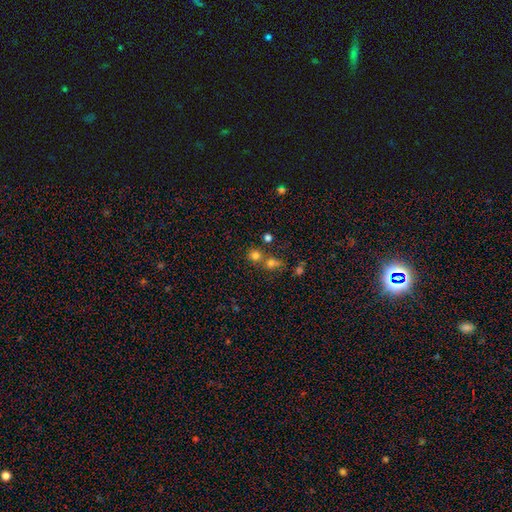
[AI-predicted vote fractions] The model was most divided on "merging": none: 53%, merger: 36%, minor disturbance: 7%, major disturbance: 4%. More confident: how rounded — round (86%); smooth or featured — smooth (74%).